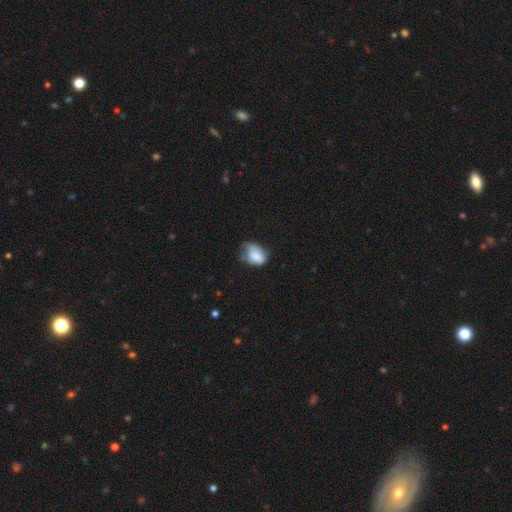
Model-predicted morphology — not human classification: Smooth or featured?
  - smooth: 75% *
  - featured or disk: 17%
  - star or artifact: 8%
How rounded?
  - in between: 75% *
  - round: 23%
  - cigar-shaped: 1%
Merging?
  - minor disturbance: 42% *
  - none: 34%
  - major disturbance: 20%
  - merger: 3%